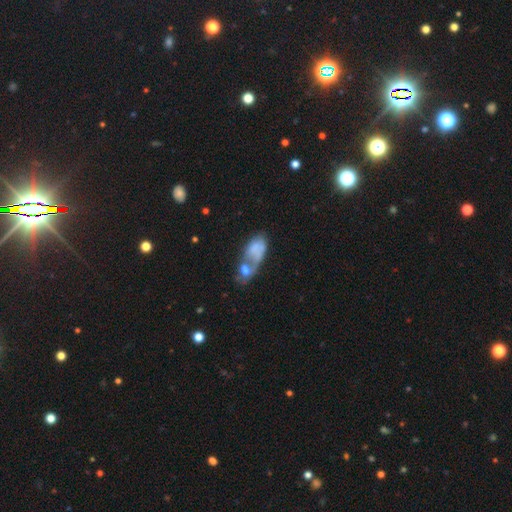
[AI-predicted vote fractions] A smooth galaxy with no disk features (50%). Merging: merger (45%).